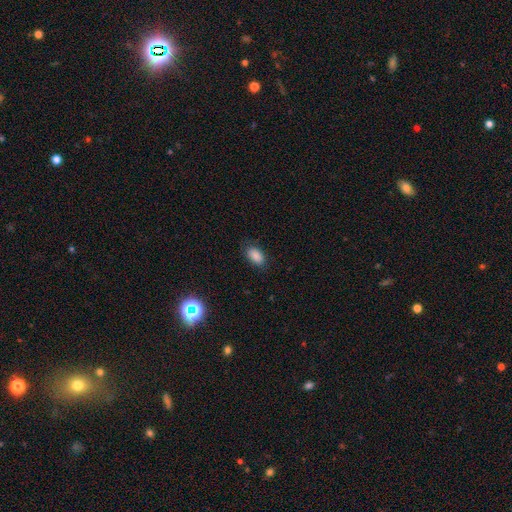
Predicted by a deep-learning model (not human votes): Smooth or featured? Predicted: smooth (p=0.87). How rounded? Predicted: in between (p=0.91). Merging? Predicted: none (p=0.80).